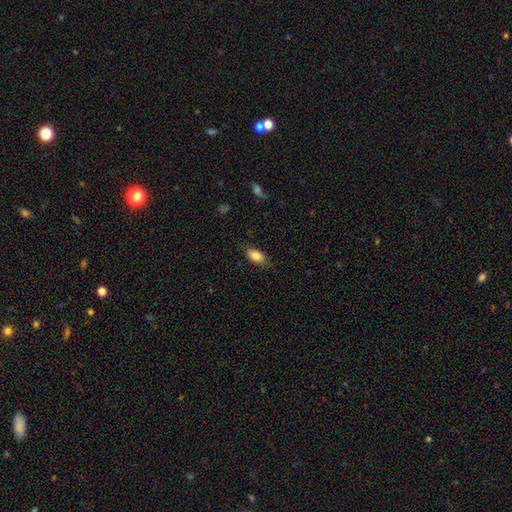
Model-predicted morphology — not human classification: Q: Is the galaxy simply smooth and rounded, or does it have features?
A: smooth — 84%.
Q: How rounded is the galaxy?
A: in between — 88%.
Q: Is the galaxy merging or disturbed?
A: none — 80%.